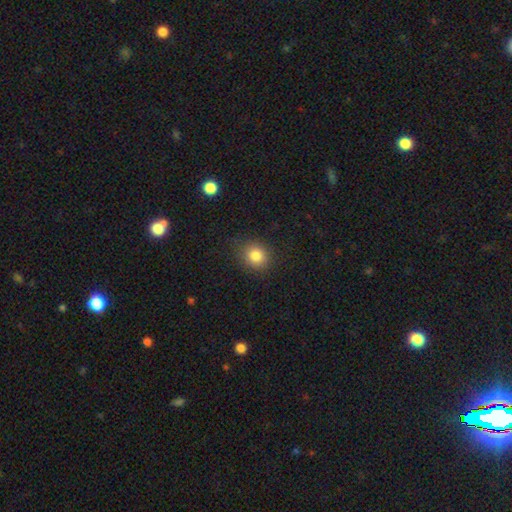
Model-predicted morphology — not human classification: This is clearly a smooth galaxy (83%). How rounded: likely round (79%). Merging: clearly none (87%).